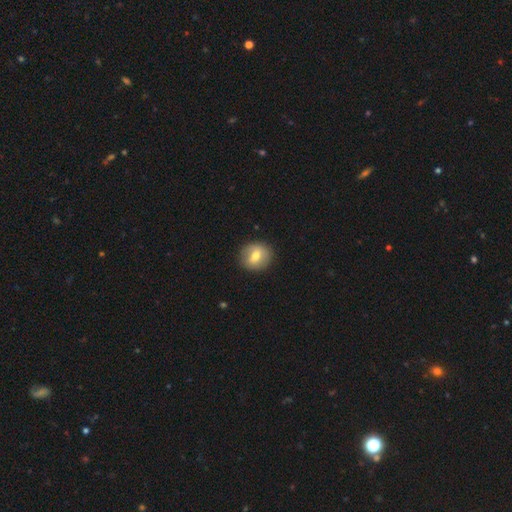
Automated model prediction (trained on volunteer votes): Smooth or featured? smooth (64%)
How rounded? round (81%)
Merging? none (88%)